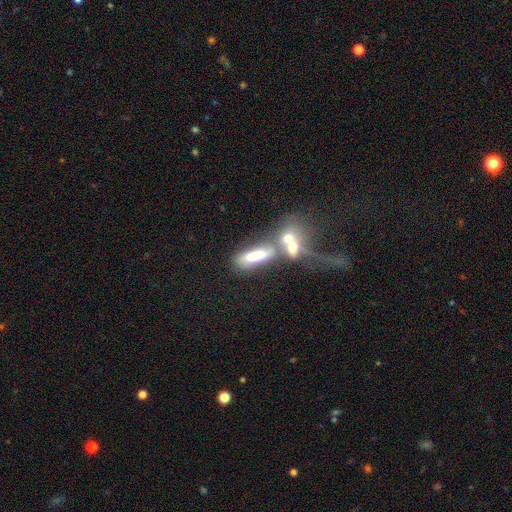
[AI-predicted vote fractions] This appears to be a smooth galaxy with no disk features (66%) that is in between round and cigar-shaped (55%). Merging: merger (50%).